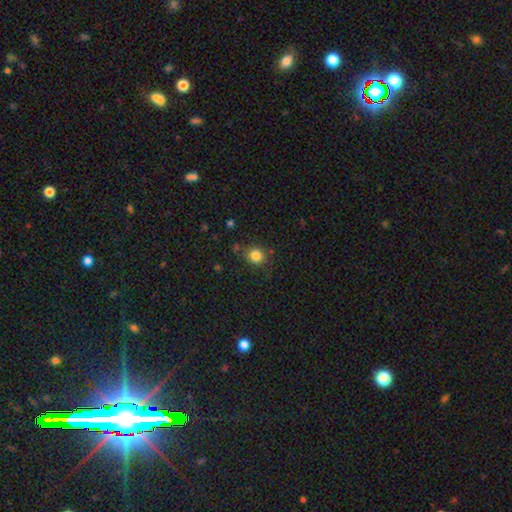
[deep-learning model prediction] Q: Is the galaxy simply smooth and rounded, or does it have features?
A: smooth — 83%.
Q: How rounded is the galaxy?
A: round — 83%.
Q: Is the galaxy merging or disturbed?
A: none — 80%.